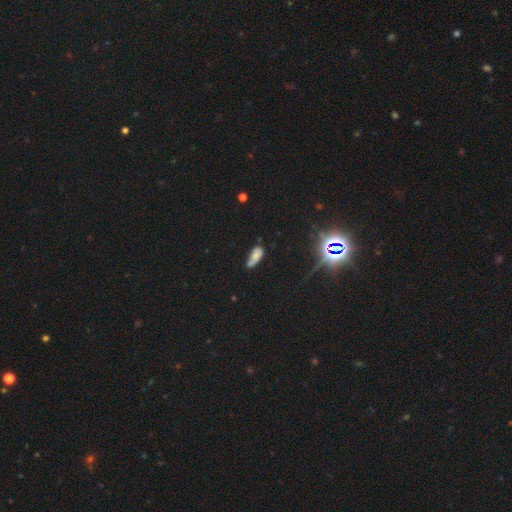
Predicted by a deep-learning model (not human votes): A smooth galaxy with no disk features (66%) that is in between round and cigar-shaped (80%).

Vote fractions:
- Smooth or featured? smooth: 66% / featured or disk: 19% / star or artifact: 15%
- How rounded? in between: 80% / cigar-shaped: 16% / round: 3%
- Merging? none: 37% / minor disturbance: 33% / major disturbance: 16% / merger: 14%